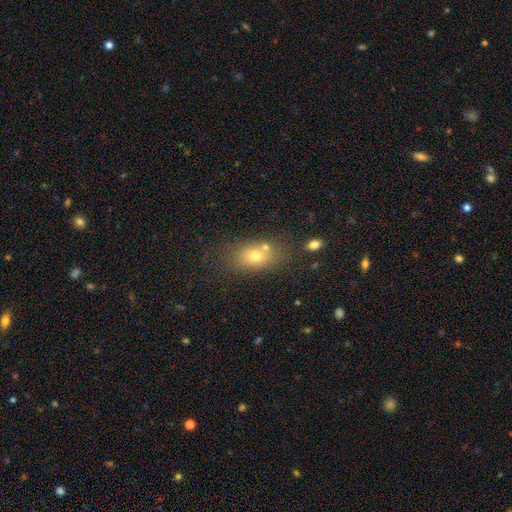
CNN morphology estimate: smooth-or-featured: smooth: 71% | featured or disk: 17% | star or artifact: 13%
  how-rounded: in between: 74% | round: 22% | cigar-shaped: 3%
  merging: none: 61% | merger: 19% | minor disturbance: 14% | major disturbance: 6%